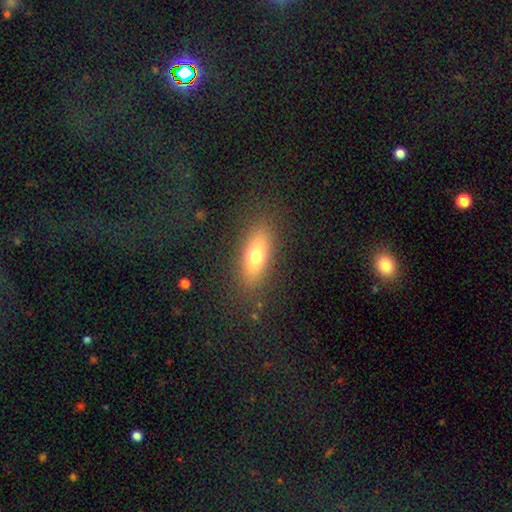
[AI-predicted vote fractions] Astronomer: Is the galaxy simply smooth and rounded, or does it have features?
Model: smooth — 69%.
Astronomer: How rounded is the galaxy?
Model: in between — 69%.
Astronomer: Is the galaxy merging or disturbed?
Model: none — 85%.